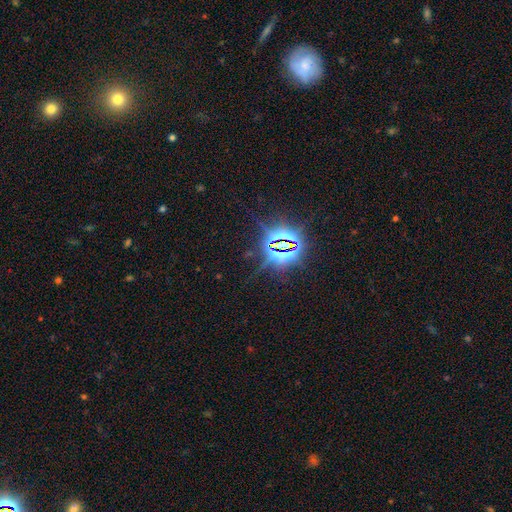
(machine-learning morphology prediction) Smooth or featured? star or artifact (80%)